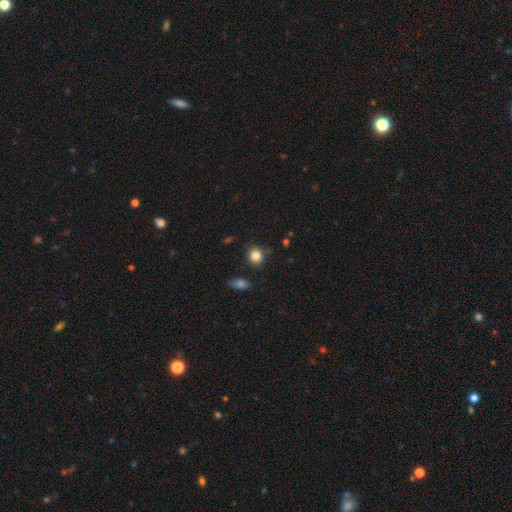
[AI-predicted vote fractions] Overall: smooth (84%). How rounded: round (75%). Merging: none (83%).